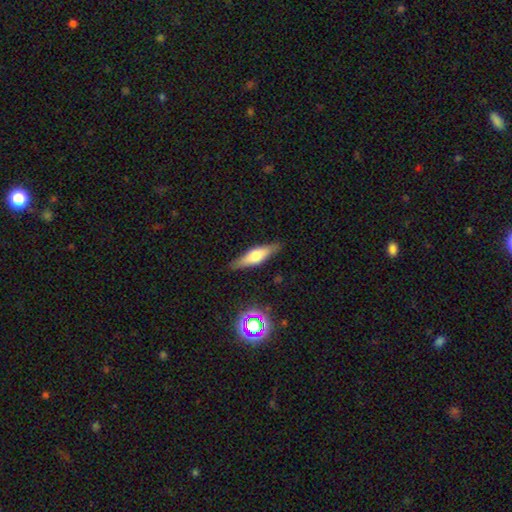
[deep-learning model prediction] smooth-or-featured: smooth: 49% | featured or disk: 43% | star or artifact: 8%
  merging: none: 86% | minor disturbance: 10% | major disturbance: 2% | merger: 1%